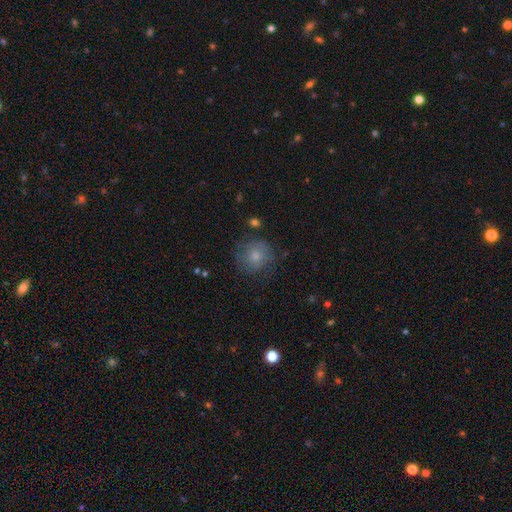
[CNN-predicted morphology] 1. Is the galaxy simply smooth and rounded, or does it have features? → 72% smooth, 19% featured or disk, 9% star or artifact.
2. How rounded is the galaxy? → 90% round, 9% in between, 1% cigar-shaped.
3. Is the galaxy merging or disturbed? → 71% none, 19% minor disturbance, 8% major disturbance, 2% merger.